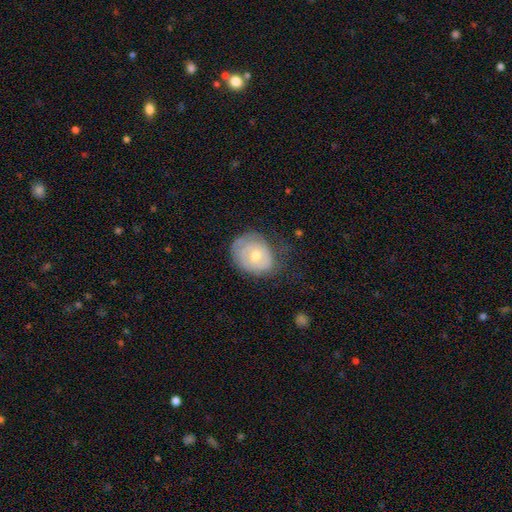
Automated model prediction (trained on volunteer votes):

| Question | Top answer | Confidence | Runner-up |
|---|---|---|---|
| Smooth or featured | featured or disk | 54% | smooth (38%) |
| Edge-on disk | no | 96% | yes (4%) |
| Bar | no | 81% | weak (16%) |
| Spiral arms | yes | 61% | no (39%) |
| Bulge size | moderate | 61% | small (34%) |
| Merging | none | 57% | minor disturbance (28%) |